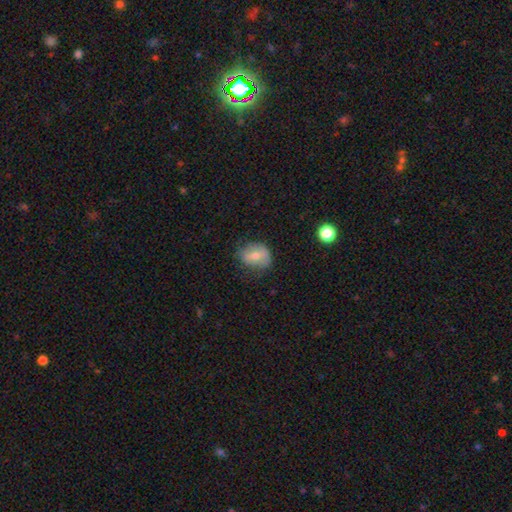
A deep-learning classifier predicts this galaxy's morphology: smooth-or-featured: smooth: 61% | featured or disk: 30% | star or artifact: 8%
  how-rounded: round: 50% | in between: 48% | cigar-shaped: 1%
  merging: none: 67% | minor disturbance: 24% | major disturbance: 8% | merger: 1%